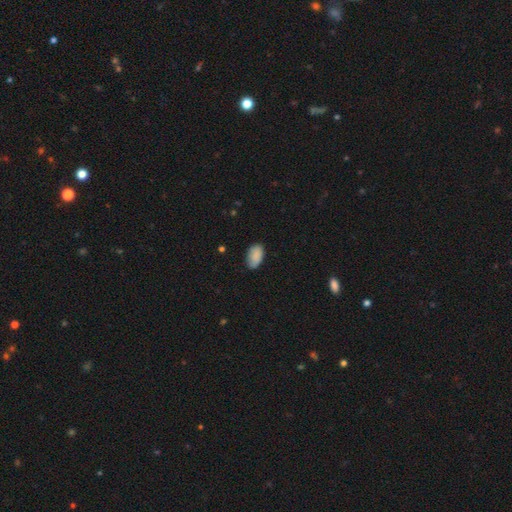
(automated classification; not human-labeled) The model was most divided on "merging": none: 77%, minor disturbance: 19%, major disturbance: 3%, merger: 1%. More confident: how rounded — in between (94%); smooth or featured — smooth (88%).